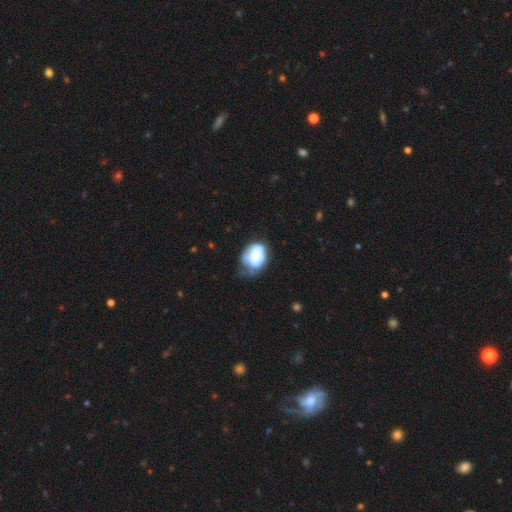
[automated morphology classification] Overall: smooth (58%; featured or disk 34%). How rounded: in between (62%; round 37%). Merging: none (39%; minor disturbance 38%).